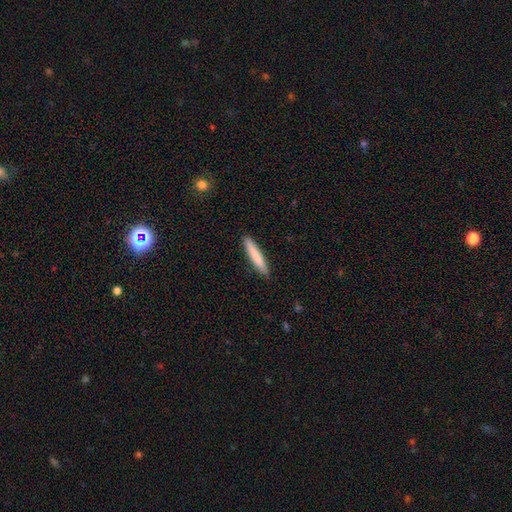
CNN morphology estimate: Overall: smooth (81%). How rounded: cigar-shaped (93%). Merging: none (91%).